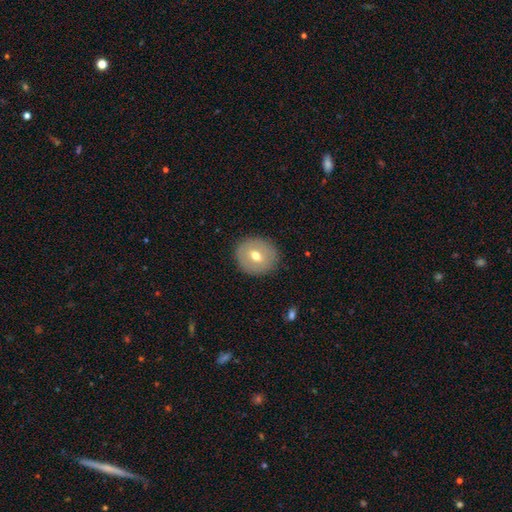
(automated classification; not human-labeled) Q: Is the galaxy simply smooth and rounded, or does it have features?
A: smooth — 56%.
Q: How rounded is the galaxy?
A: round — 82%.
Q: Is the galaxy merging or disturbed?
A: none — 87%.